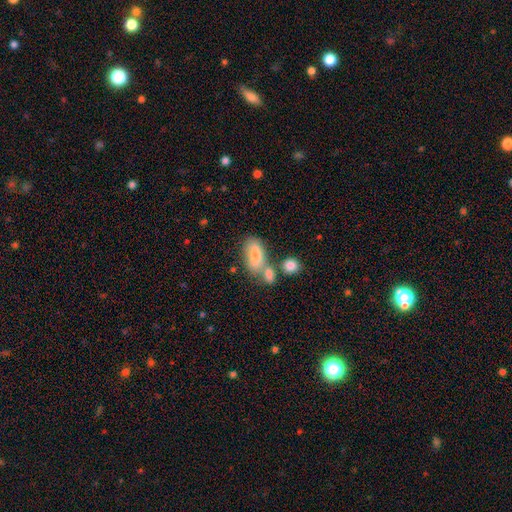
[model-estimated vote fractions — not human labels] This is likely a smooth galaxy (80%). How rounded: clearly in between (89%). Merging: marginally none (45%).